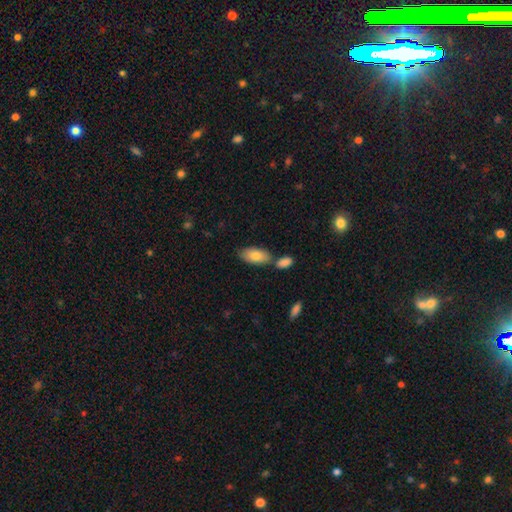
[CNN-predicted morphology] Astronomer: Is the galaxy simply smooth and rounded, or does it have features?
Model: smooth — 80%.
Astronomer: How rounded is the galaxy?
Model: in between — 92%.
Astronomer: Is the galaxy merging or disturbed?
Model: none — 63%.